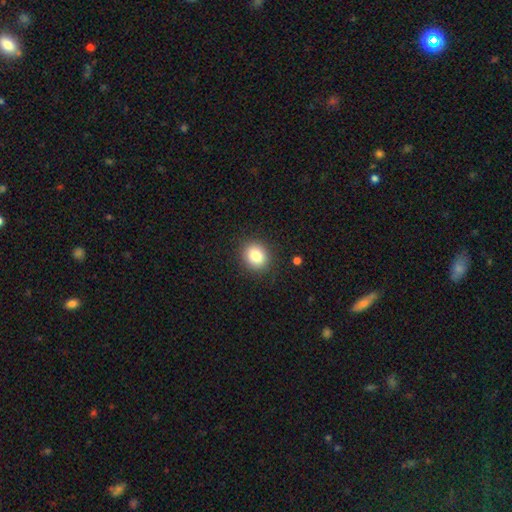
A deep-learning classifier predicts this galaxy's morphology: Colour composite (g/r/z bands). It shows a smooth galaxy with no disk features (83%) that is round (71%). Merging: none (89%).